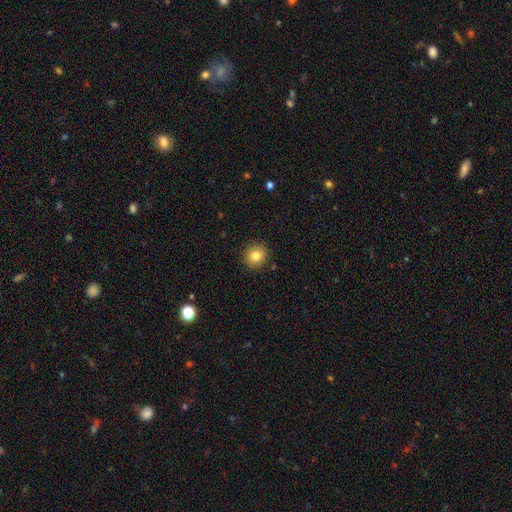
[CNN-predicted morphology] Smooth or featured: smooth — 83% (star or artifact — 10%)
How rounded: round — 91% (in between — 8%)
Merging: none — 90% (minor disturbance — 6%)